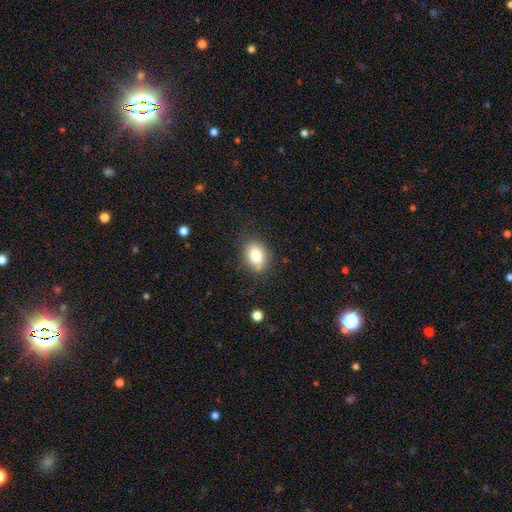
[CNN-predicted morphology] The model was most divided on "how rounded": in between: 70%, round: 29%, cigar-shaped: 1%. More confident: smooth or featured — smooth (81%); merging — none (80%).